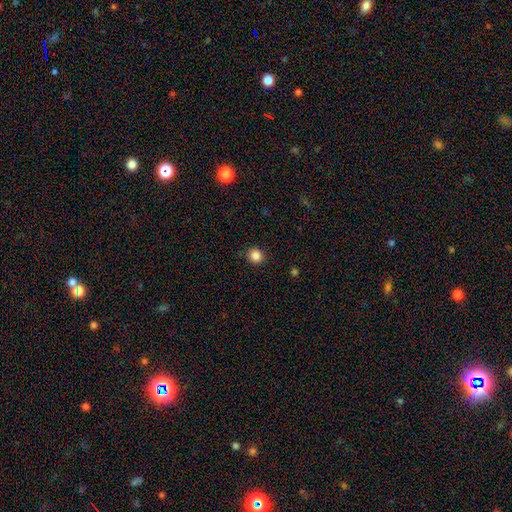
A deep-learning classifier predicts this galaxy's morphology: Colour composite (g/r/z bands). It shows a smooth galaxy with no disk features (86%) that is round (90%). Merging: none (90%).